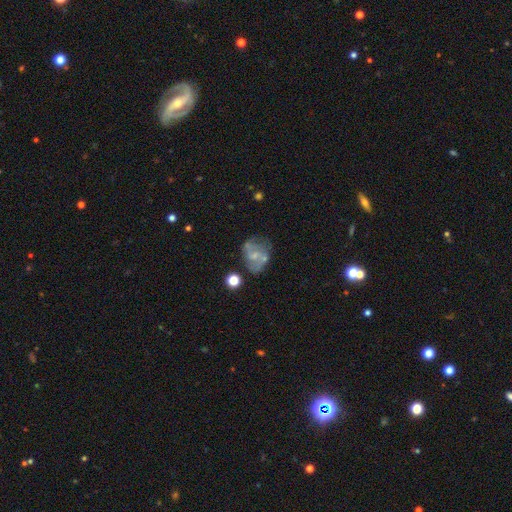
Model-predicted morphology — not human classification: Q: Smooth or featured?
A: featured or disk (59%); runner-up: smooth (31%)
Q: Edge-on disk?
A: no (97%); runner-up: yes (3%)
Q: Bar?
A: no (57%); runner-up: weak (35%)
Q: Spiral arms?
A: yes (59%); runner-up: no (41%)
Q: Bulge size?
A: small (47%); runner-up: none (25%)
Q: Merging?
A: none (46%); runner-up: minor disturbance (24%)